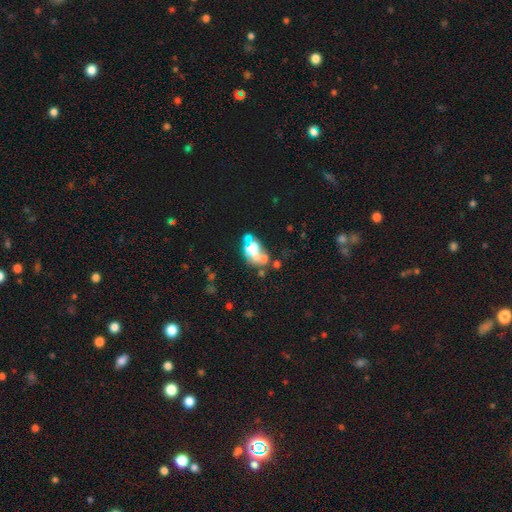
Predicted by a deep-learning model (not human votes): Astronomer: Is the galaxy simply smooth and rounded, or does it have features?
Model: smooth — 40% (runner-up: featured or disk, 37%).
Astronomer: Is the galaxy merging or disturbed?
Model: merger — 41% (runner-up: none, 33%).